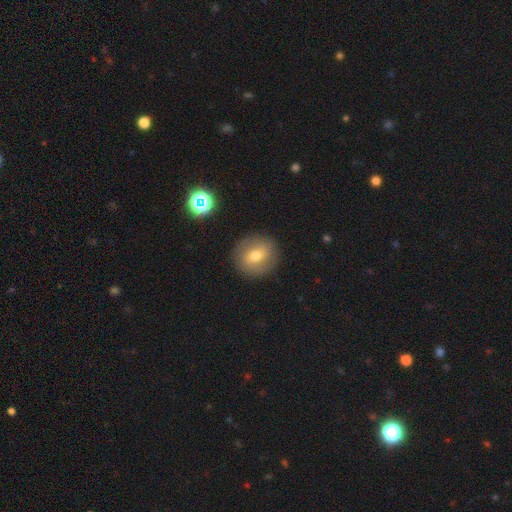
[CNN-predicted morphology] Q: Smooth or featured?
A: smooth (60%); runner-up: featured or disk (30%)
Q: How rounded?
A: round (83%); runner-up: in between (16%)
Q: Merging?
A: none (88%); runner-up: minor disturbance (8%)